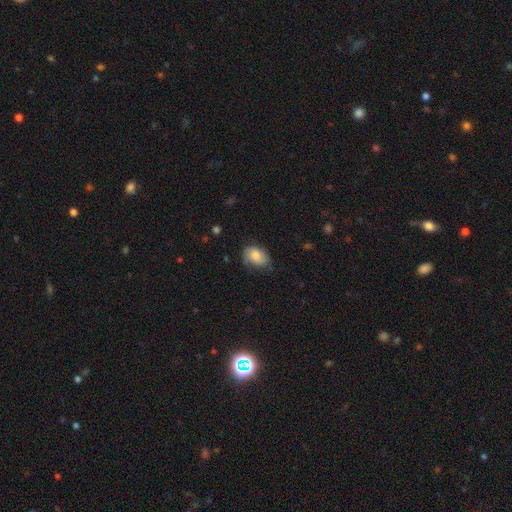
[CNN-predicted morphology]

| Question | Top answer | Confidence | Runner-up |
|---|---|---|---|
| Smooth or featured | smooth | 72% | featured or disk (20%) |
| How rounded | in between | 81% | round (18%) |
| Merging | none | 58% | minor disturbance (30%) |